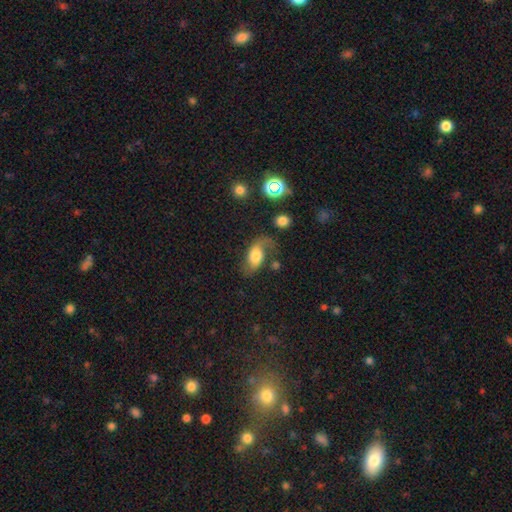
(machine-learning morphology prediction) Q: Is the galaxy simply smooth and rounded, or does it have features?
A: smooth — 52%.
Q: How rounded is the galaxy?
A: in between — 87%.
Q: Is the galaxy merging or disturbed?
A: none — 45%.